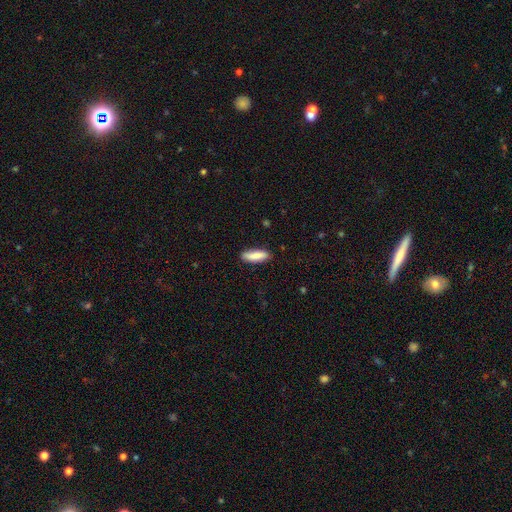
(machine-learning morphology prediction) smooth 86%, featured or disk 8%, star or artifact 6%. Down the decision tree: how rounded — cigar-shaped (52%); merging — none (86%).